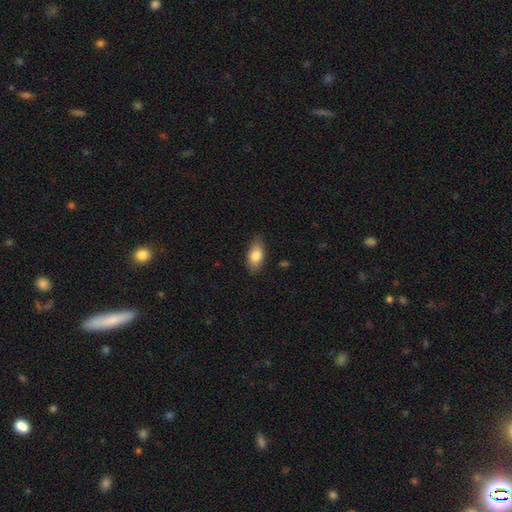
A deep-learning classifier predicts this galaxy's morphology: Q: Smooth or featured?
A: smooth (81%); runner-up: featured or disk (13%)
Q: How rounded?
A: in between (90%); runner-up: cigar-shaped (6%)
Q: Merging?
A: none (82%); runner-up: minor disturbance (15%)